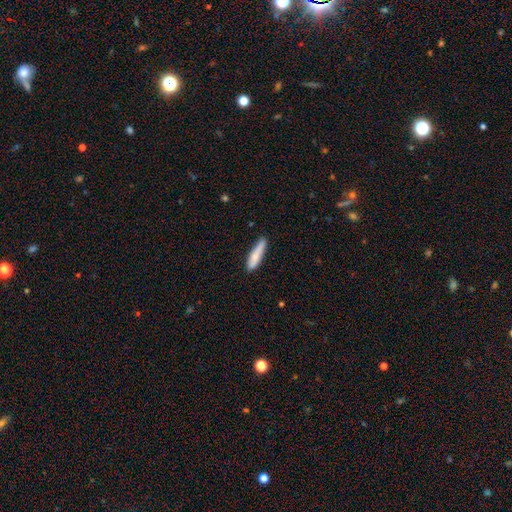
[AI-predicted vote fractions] A smooth galaxy with no disk features (77%) that is cigar-shaped (82%). Merging: none (81%).